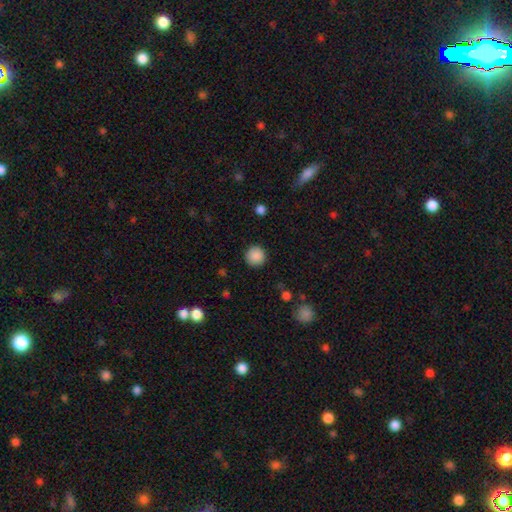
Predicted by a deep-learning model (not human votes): Morphology: type=smooth (88%); roundness=round (95%); merging=none (91%).